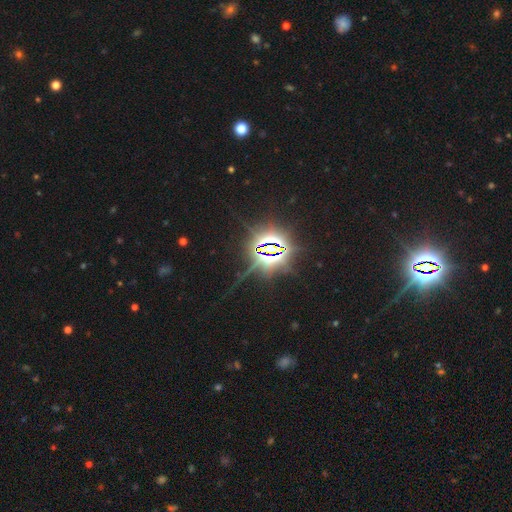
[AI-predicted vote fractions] Smooth or featured?
  - star or artifact: 84% *
  - smooth: 10%
  - featured or disk: 6%